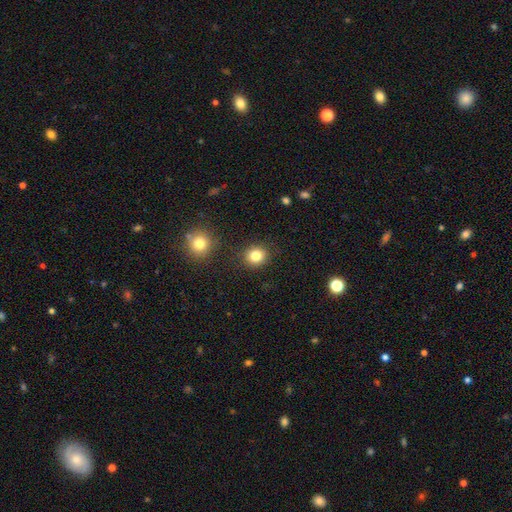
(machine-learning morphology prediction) A smooth galaxy with no disk features (83%) that is round (84%). Merging: none (88%).